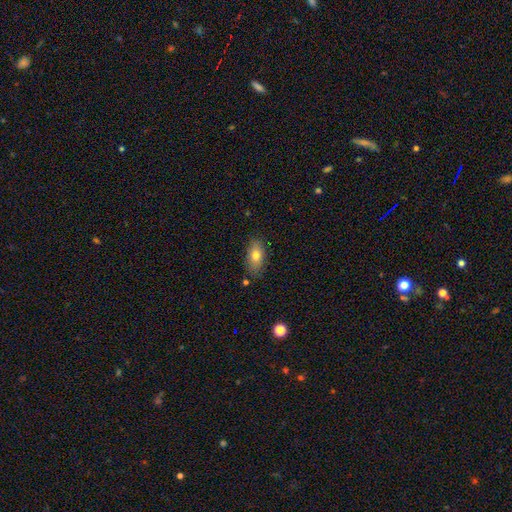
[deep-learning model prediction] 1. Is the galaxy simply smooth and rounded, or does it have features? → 76% smooth, 16% featured or disk, 8% star or artifact.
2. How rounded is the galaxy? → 86% in between, 7% cigar-shaped, 7% round.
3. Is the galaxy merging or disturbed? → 80% none, 14% minor disturbance, 3% major disturbance, 2% merger.